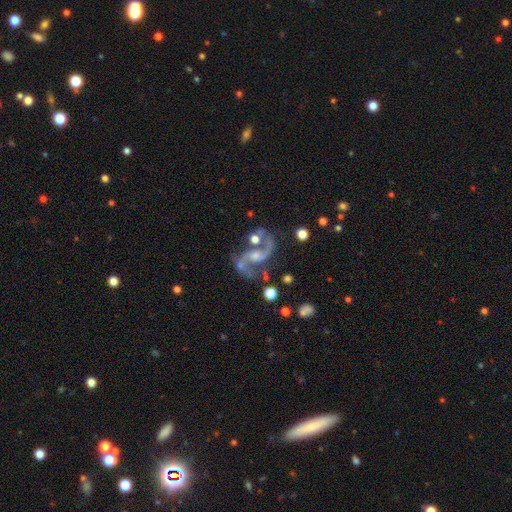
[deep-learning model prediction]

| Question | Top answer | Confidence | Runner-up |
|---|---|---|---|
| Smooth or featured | featured or disk | 87% | star or artifact (8%) |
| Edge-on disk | no | 98% | yes (2%) |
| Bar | no | 46% | weak (41%) |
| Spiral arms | yes | 96% | no (4%) |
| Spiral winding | loose | 58% | medium (36%) |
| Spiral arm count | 2 | 91% | 1 (3%) |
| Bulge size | small | 43% | moderate (38%) |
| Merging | none | 51% | minor disturbance (17%) |